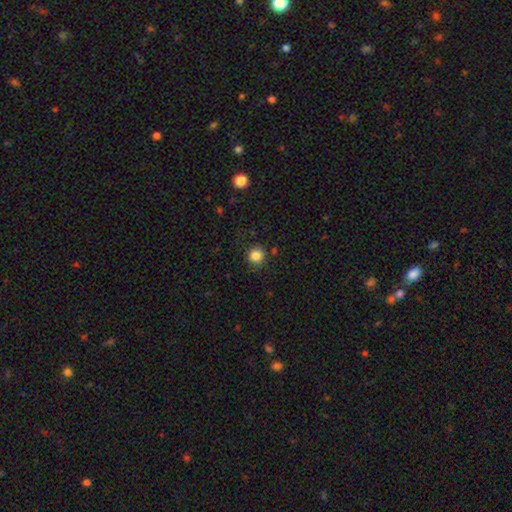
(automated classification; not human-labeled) Q: Smooth or featured?
A: smooth (85%); runner-up: star or artifact (12%)
Q: How rounded?
A: round (93%); runner-up: in between (6%)
Q: Merging?
A: none (87%); runner-up: minor disturbance (8%)